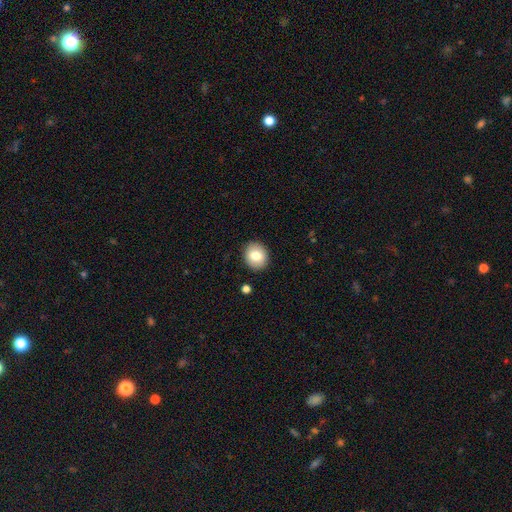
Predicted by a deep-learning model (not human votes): Smooth or featured? smooth (81%)
How rounded? round (69%)
Merging? none (89%)